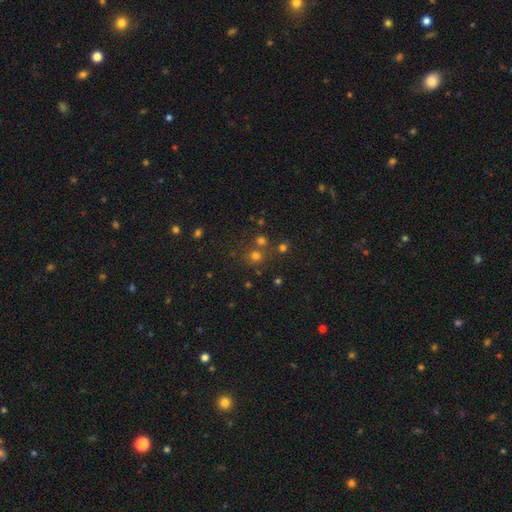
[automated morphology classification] Smooth or featured: smooth — 64% (star or artifact — 27%)
How rounded: round — 88% (in between — 11%)
Merging: none — 67% (merger — 21%)